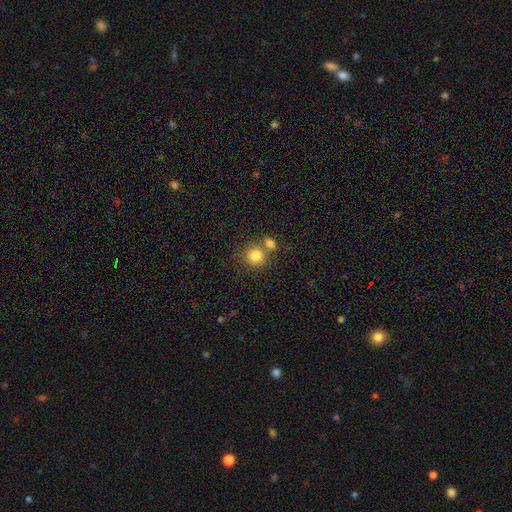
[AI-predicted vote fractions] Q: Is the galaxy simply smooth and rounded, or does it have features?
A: smooth — 82%.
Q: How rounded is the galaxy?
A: round — 90%.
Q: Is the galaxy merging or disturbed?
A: none — 62%.